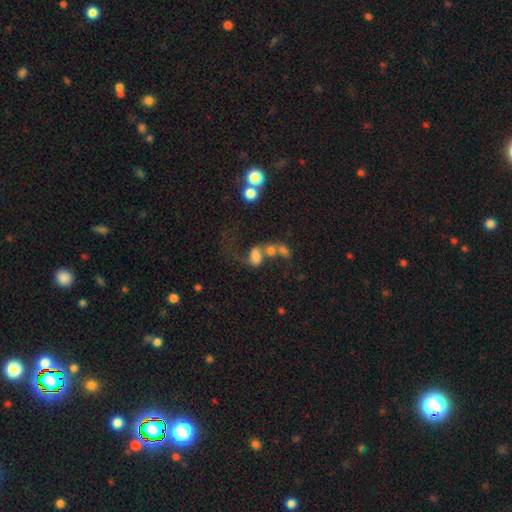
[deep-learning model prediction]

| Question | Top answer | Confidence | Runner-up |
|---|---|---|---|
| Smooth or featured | smooth | 52% | featured or disk (33%) |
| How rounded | in between | 75% | round (22%) |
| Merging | merger | 57% | major disturbance (19%) |